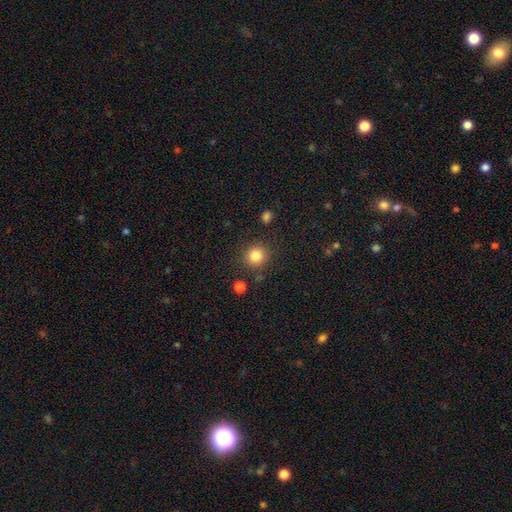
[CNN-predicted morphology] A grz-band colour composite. It shows a smooth galaxy with no disk features (83%) that is round (92%). Merging: none (87%).